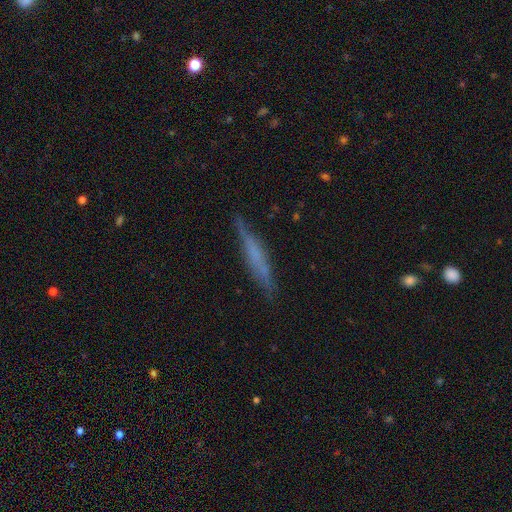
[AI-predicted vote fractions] Smooth or featured? Predicted: featured or disk (p=0.49). Merging? Predicted: none (p=0.82).